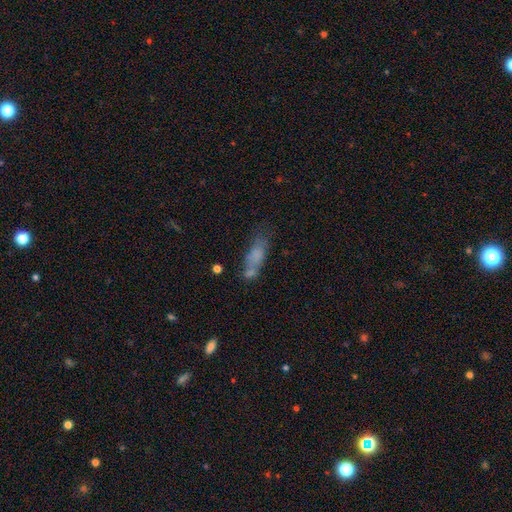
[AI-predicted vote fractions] smooth_or_featured: smooth (p=0.65) [alt: featured or disk p=0.24]
how_rounded: in between (p=0.60) [alt: cigar-shaped p=0.36]
merging: none (p=0.39) [alt: merger p=0.24]